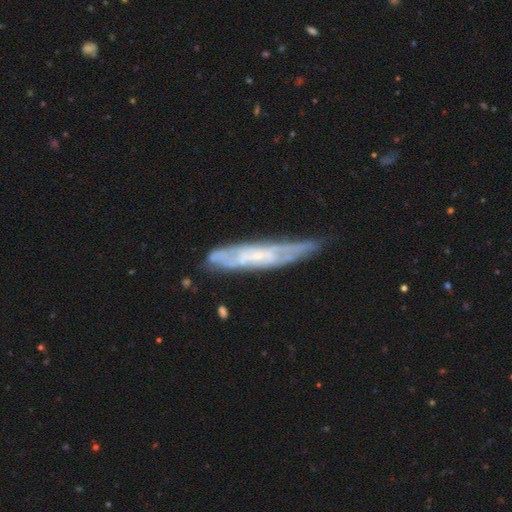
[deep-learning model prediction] This appears to be a featured or disk galaxy (71%) viewed edge-on (52%). Merging: none (68%).